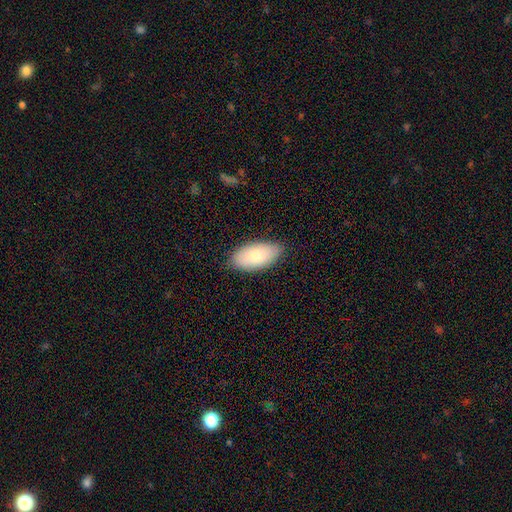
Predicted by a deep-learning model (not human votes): Overall: smooth (79%). How rounded: in between (95%). Merging: none (83%).